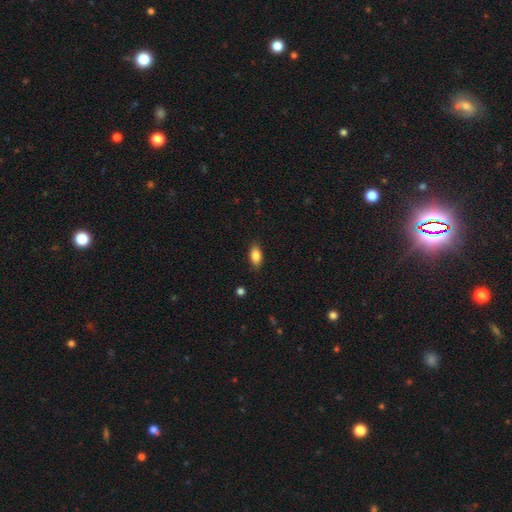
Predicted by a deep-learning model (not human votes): Smooth or featured: smooth — 84% (featured or disk — 8%)
How rounded: in between — 88% (cigar-shaped — 7%)
Merging: none — 86% (minor disturbance — 11%)